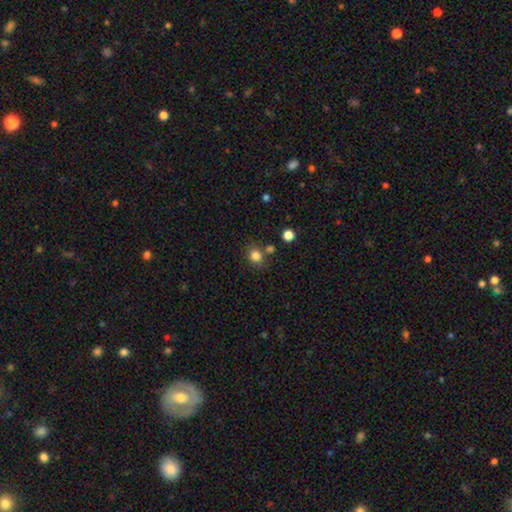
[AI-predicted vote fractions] Overall: smooth (83%). How rounded: round (70%). Merging: none (70%).